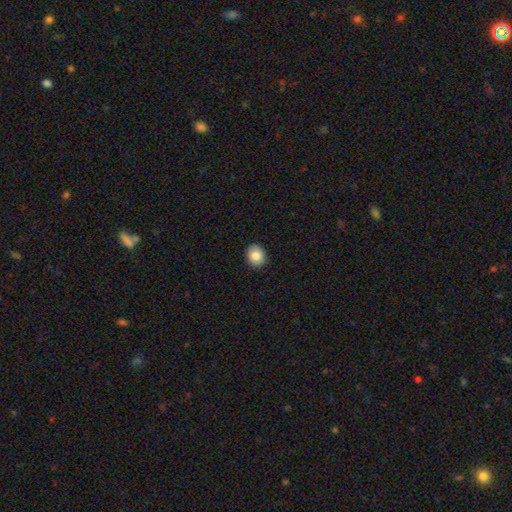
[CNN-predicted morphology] Smooth or featured: smooth — 83% (star or artifact — 8%)
How rounded: round — 67% (in between — 32%)
Merging: none — 91% (minor disturbance — 6%)